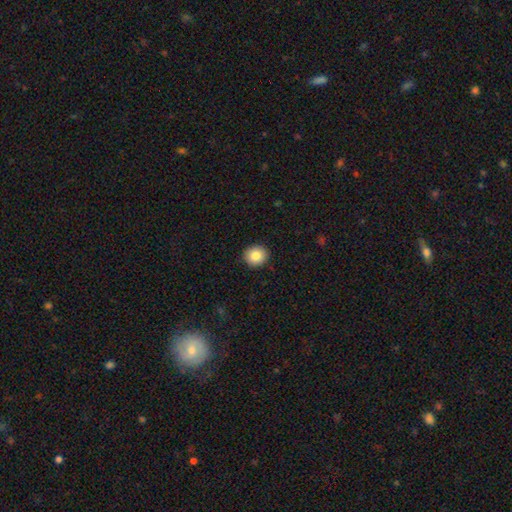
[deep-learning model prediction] The model was most divided on "how rounded": round: 84%, in between: 15%, cigar-shaped: 1%. More confident: merging — none (92%); smooth or featured — smooth (84%).